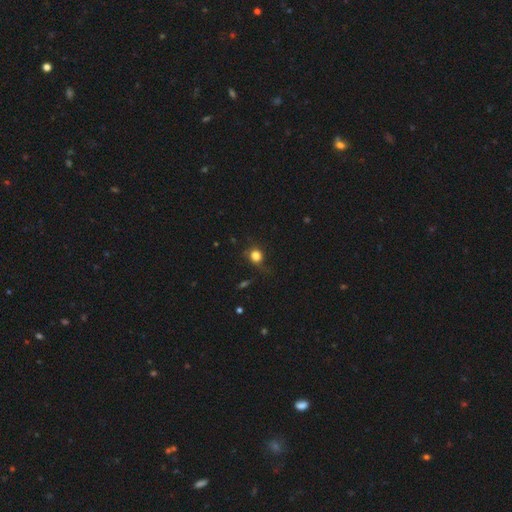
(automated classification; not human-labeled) A smooth galaxy with no disk features (80%) that is round (81%).

Vote fractions:
- Smooth or featured? smooth: 80% / star or artifact: 13% / featured or disk: 8%
- How rounded? round: 81% / in between: 18% / cigar-shaped: 1%
- Merging? none: 63% / minor disturbance: 23% / major disturbance: 11% / merger: 2%